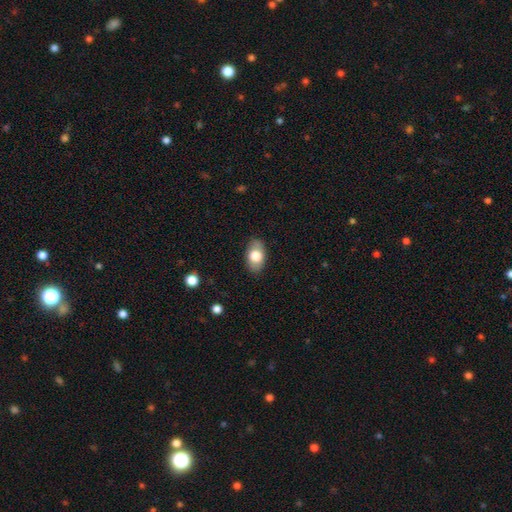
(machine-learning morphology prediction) type=smooth (74%); roundness=in between (90%); merging=none (84%).